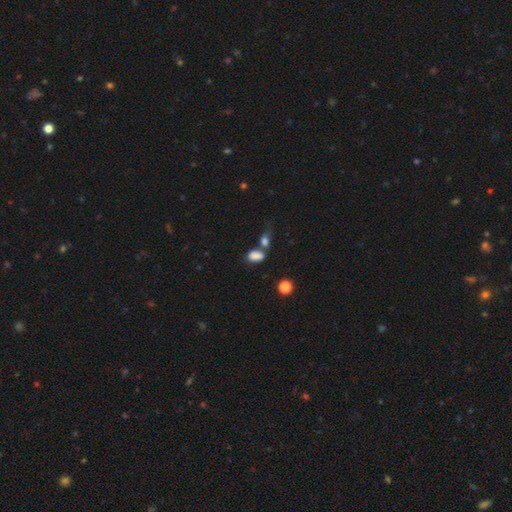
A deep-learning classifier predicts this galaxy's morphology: This appears to be a smooth galaxy with no disk features (82%) that is in between round and cigar-shaped (85%). Merging: none (43%).